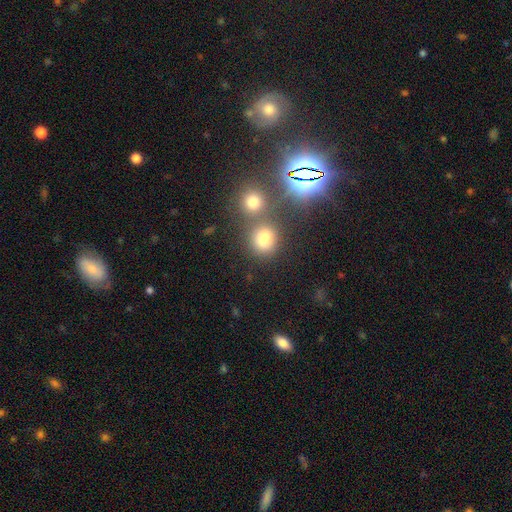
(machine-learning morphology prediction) Smooth or featured? smooth (47%)
Merging? none (73%)